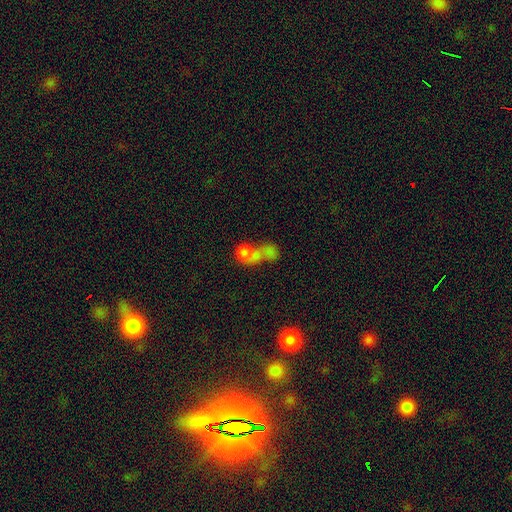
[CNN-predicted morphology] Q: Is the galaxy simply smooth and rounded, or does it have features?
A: smooth — 66%.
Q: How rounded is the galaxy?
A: in between — 49%.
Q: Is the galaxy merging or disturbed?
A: merger — 75%.